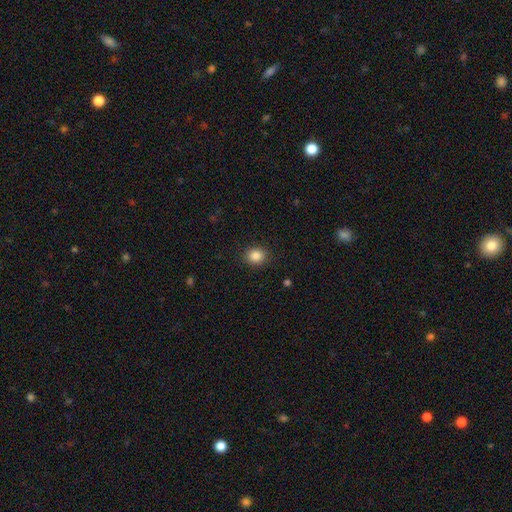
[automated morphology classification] Overall: smooth (86%). How rounded: round (75%). Merging: none (89%).